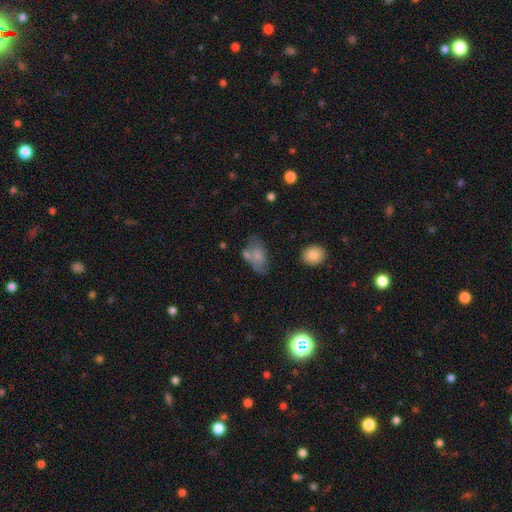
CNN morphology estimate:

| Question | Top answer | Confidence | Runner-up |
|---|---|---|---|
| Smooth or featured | smooth | 67% | featured or disk (24%) |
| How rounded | in between | 90% | round (8%) |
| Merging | none | 41% | minor disturbance (25%) |